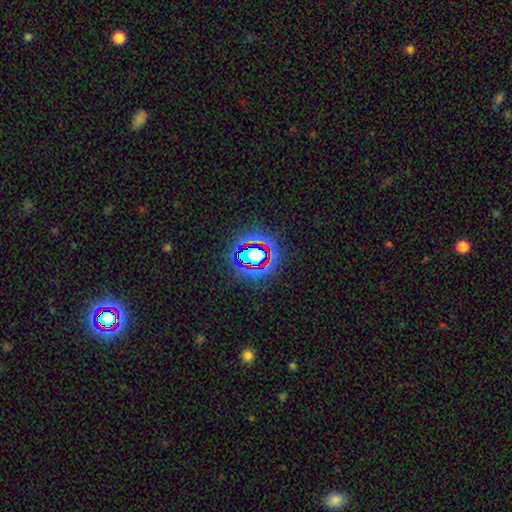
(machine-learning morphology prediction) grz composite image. It shows a star or artifact, not a galaxy (65%).